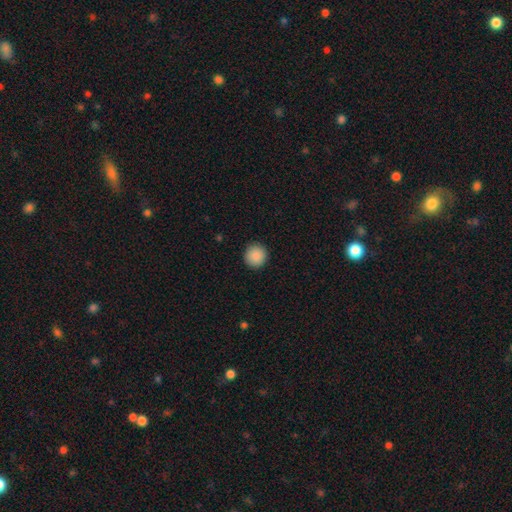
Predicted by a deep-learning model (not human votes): A smooth galaxy with no disk features (89%) that is round (94%). Merging: none (92%).